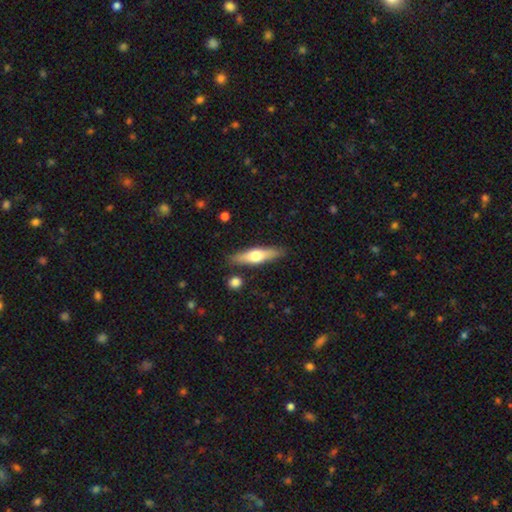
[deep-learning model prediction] This appears to be a featured or disk galaxy (48%). Merging: none (86%).